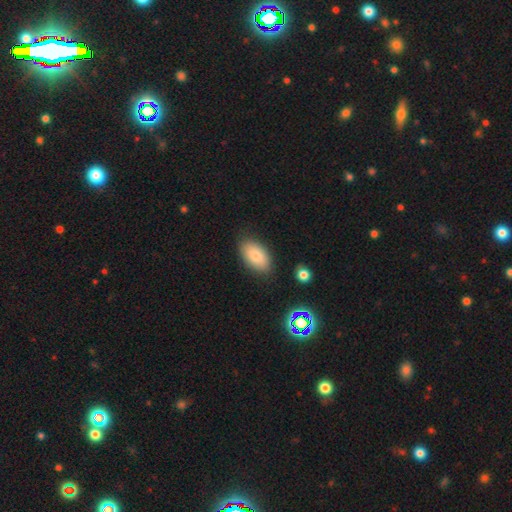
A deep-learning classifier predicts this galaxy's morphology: Smooth or featured? smooth (81%)
How rounded? in between (94%)
Merging? none (83%)